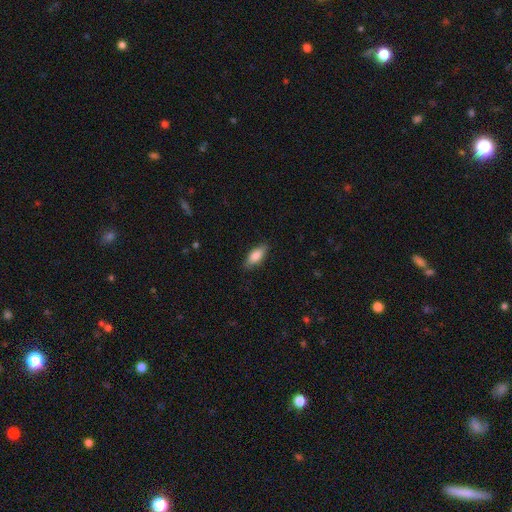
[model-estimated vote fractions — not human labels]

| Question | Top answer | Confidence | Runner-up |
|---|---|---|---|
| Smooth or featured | smooth | 83% | featured or disk (11%) |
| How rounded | in between | 79% | cigar-shaped (18%) |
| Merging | none | 83% | minor disturbance (13%) |